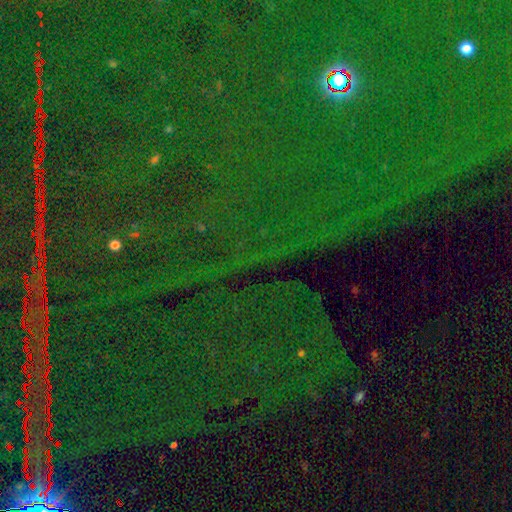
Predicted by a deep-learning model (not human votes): This is clearly a star or artifact rather than a galaxy (86%).